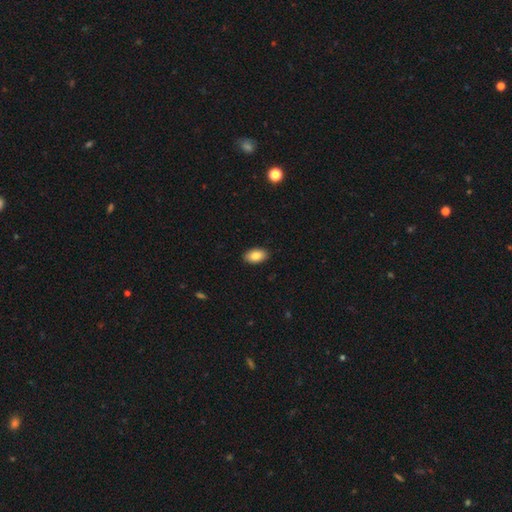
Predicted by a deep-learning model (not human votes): Overall: smooth (85%). How rounded: in between (93%). Merging: none (90%).